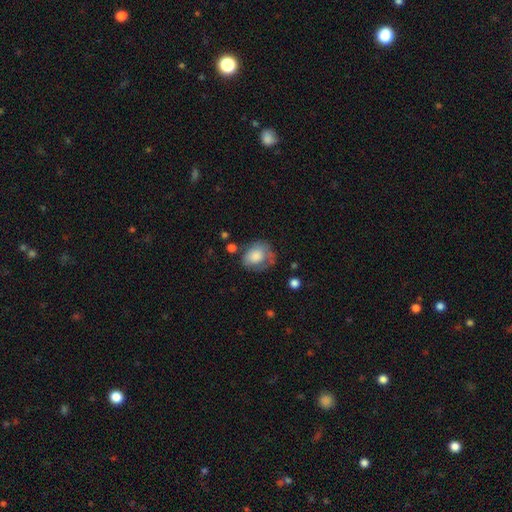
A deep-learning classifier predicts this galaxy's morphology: The model was most divided on "how rounded": round: 51%, in between: 48%, cigar-shaped: 1%. Remaining: smooth or featured — smooth (71%); merging — none (44%).